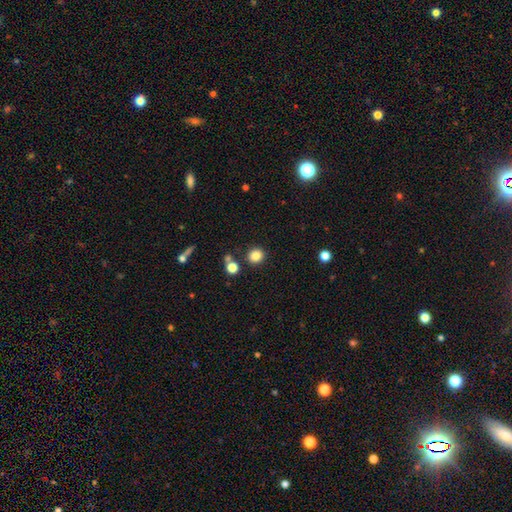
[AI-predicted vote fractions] smooth 84%, star or artifact 11%, featured or disk 5%. Down the decision tree: how rounded — round (88%); merging — none (85%).